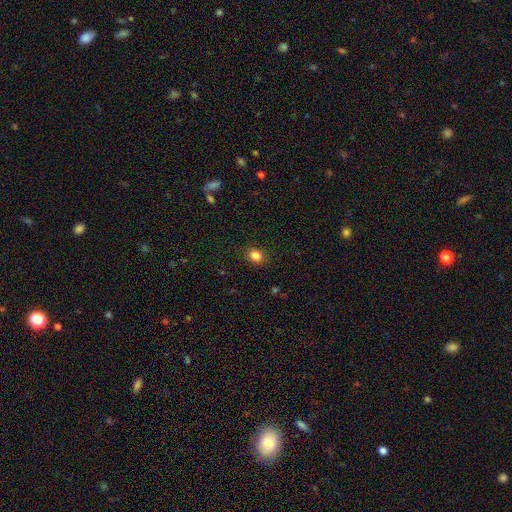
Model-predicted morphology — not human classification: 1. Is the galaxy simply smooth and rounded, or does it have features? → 84% smooth, 12% star or artifact, 4% featured or disk.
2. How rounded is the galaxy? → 59% round, 40% in between, 1% cigar-shaped.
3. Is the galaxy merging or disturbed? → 89% none, 8% minor disturbance, 2% major disturbance, 1% merger.